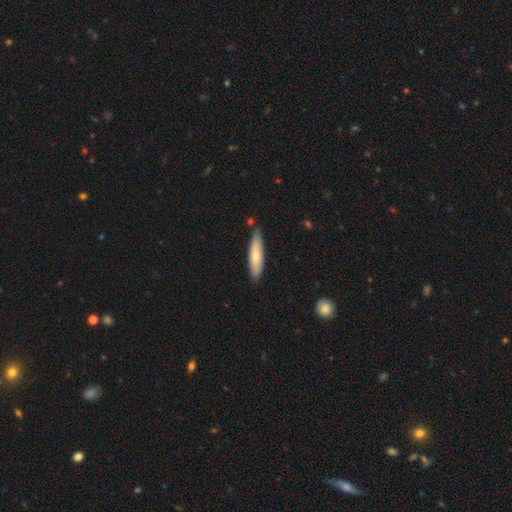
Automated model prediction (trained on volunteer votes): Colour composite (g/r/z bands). It shows a smooth galaxy with no disk features (71%) that is cigar-shaped (79%). Merging: none (81%).